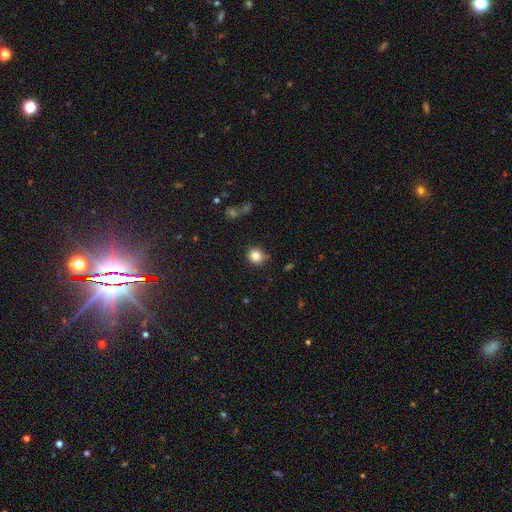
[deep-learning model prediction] A smooth galaxy with no disk features (84%) that is round (85%). Merging: none (81%).